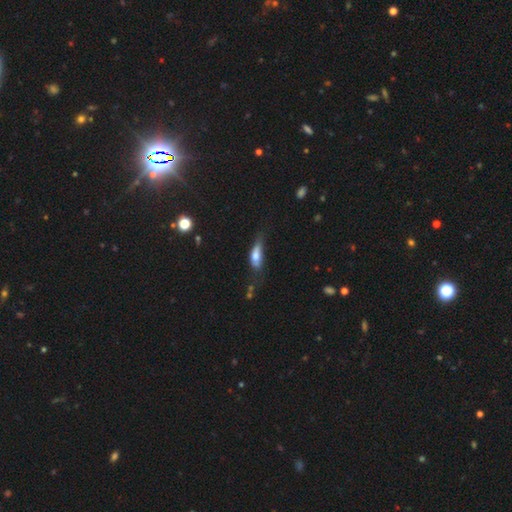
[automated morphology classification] smooth-or-featured: smooth: 66% | featured or disk: 26% | star or artifact: 8%
  how-rounded: in between: 62% | cigar-shaped: 34% | round: 4%
  merging: minor disturbance: 36% | none: 35% | major disturbance: 24% | merger: 5%